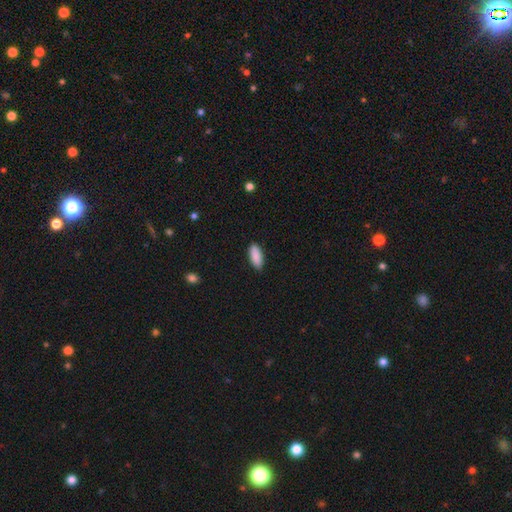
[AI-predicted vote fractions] Smooth or featured: smooth — 90% (star or artifact — 6%)
How rounded: in between — 81% (cigar-shaped — 18%)
Merging: none — 89% (minor disturbance — 8%)